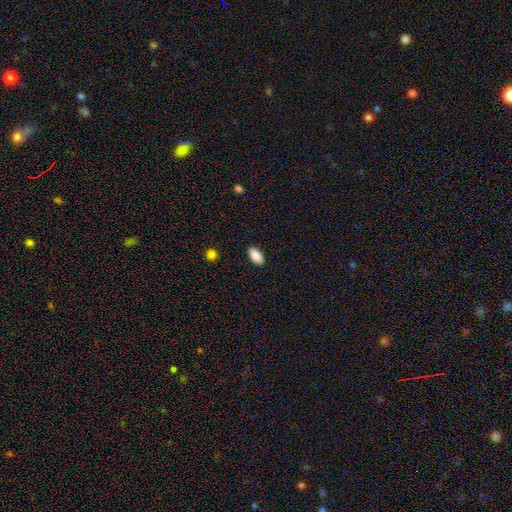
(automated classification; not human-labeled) Morphology: type=smooth (86%); roundness=in between (93%); merging=none (89%).